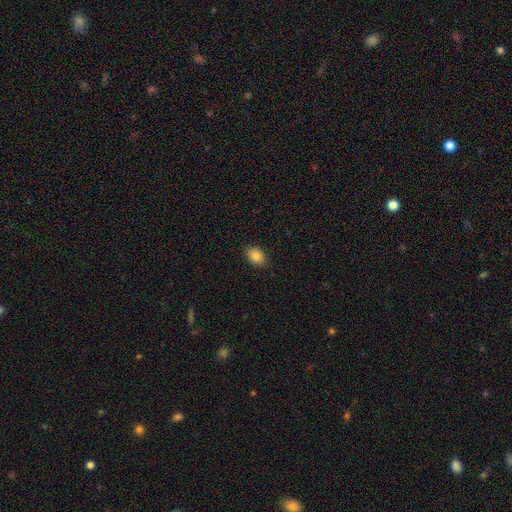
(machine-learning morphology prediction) Smooth or featured? Predicted: smooth (p=0.86). How rounded? Predicted: in between (p=0.74). Merging? Predicted: none (p=0.86).